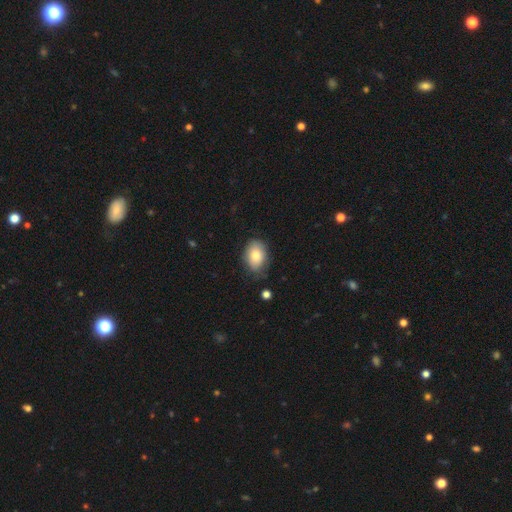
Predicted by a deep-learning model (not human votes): Smooth or featured? smooth (81%)
How rounded? in between (78%)
Merging? none (73%)